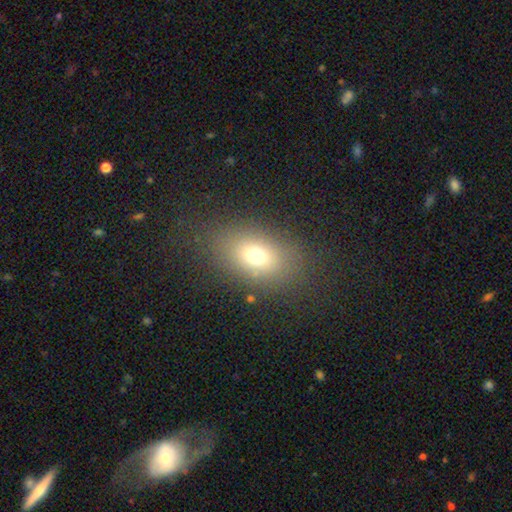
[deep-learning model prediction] Q: Smooth or featured?
A: smooth (70%); runner-up: star or artifact (15%)
Q: How rounded?
A: in between (75%); runner-up: round (23%)
Q: Merging?
A: none (80%); runner-up: minor disturbance (11%)